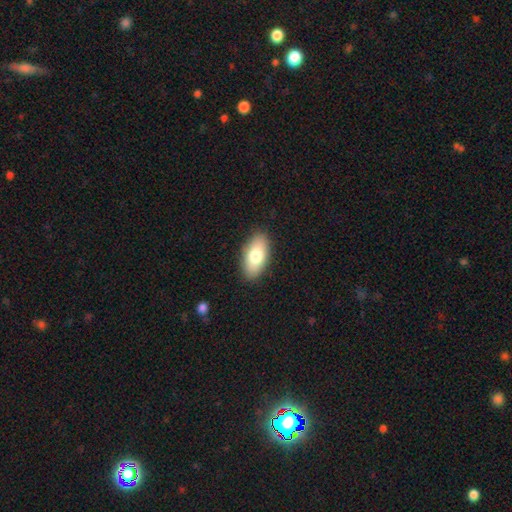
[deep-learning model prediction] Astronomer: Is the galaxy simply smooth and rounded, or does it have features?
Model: smooth — 77%.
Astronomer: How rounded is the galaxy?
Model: in between — 92%.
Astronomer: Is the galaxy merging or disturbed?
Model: none — 88%.